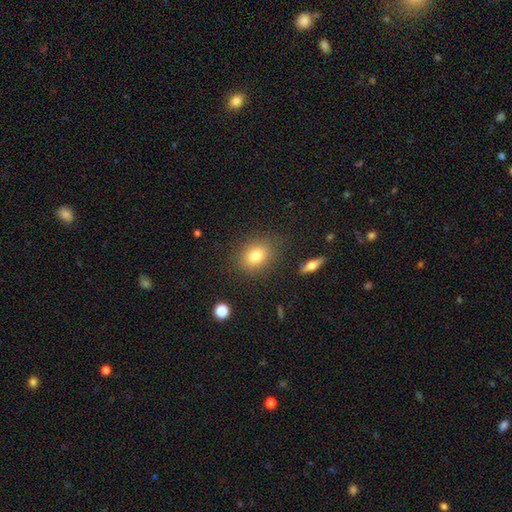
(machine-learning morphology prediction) Smooth or featured? smooth (80%)
How rounded? round (50%)
Merging? none (84%)